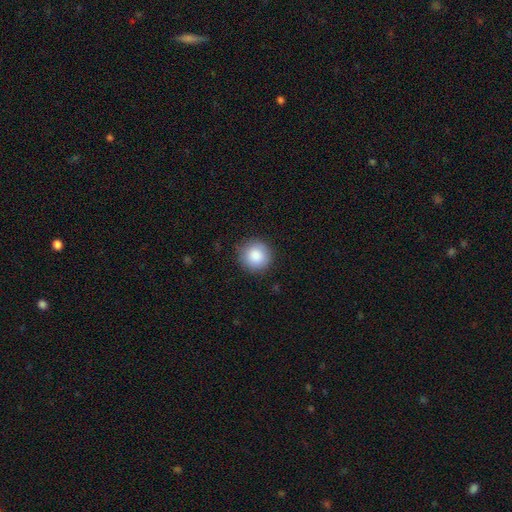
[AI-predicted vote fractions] A smooth galaxy with no disk features (87%) that is round (94%). Merging: none (88%).